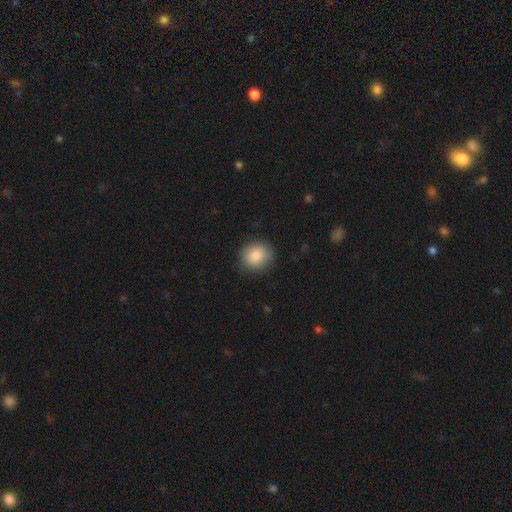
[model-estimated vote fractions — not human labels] Q: Smooth or featured?
A: smooth (86%); runner-up: star or artifact (8%)
Q: How rounded?
A: round (80%); runner-up: in between (19%)
Q: Merging?
A: none (87%); runner-up: minor disturbance (9%)